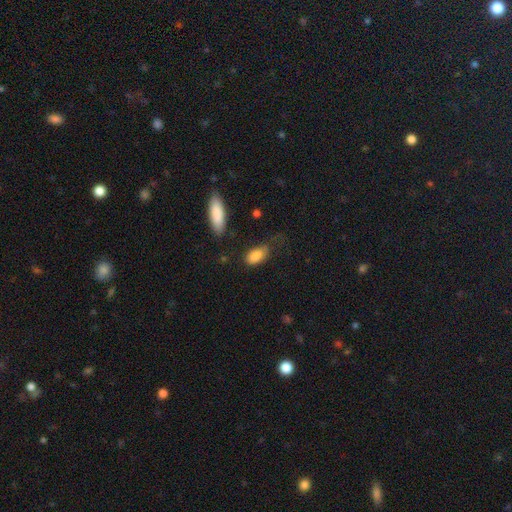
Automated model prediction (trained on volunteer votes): smooth_or_featured: smooth (p=0.86) [alt: featured or disk p=0.07]
how_rounded: in between (p=0.90) [alt: cigar-shaped p=0.07]
merging: none (p=0.53) [alt: minor disturbance p=0.30]